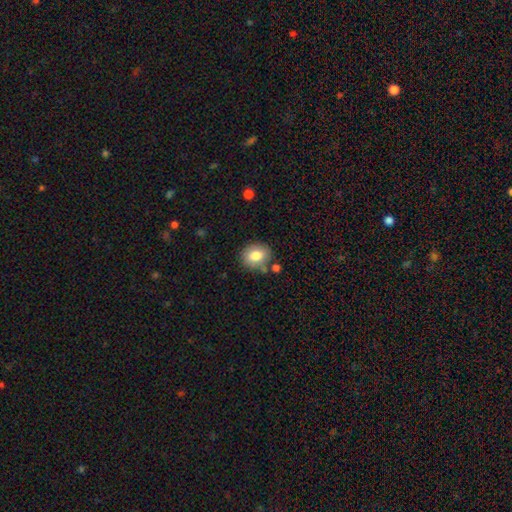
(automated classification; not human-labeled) Smooth or featured? Predicted: smooth (p=0.79). How rounded? Predicted: round (p=0.55). Merging? Predicted: none (p=0.75).